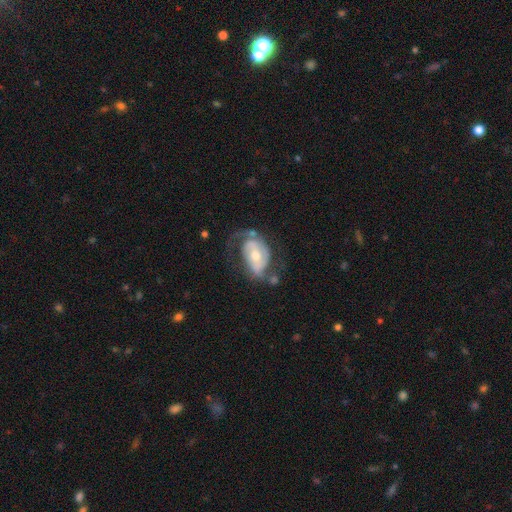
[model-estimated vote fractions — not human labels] Smooth or featured?
  - featured or disk: 74% *
  - smooth: 20%
  - star or artifact: 6%
Edge-on disk?
  - no: 96% *
  - yes: 4%
Bar?
  - no: 46% *
  - weak: 37%
  - strong: 16%
Spiral arms?
  - yes: 82% *
  - no: 18%
Spiral winding?
  - medium: 41% *
  - tight: 30%
  - loose: 28%
Spiral arm count?
  - 2: 59% *
  - 1: 20%
  - can't tell: 16%
  - 3: 3%
  - 4: 1%
  - more than 4: 1%
Bulge size?
  - moderate: 63% *
  - small: 29%
  - large: 6%
  - none: 1%
  - dominant: 1%
Merging?
  - none: 39% *
  - major disturbance: 31%
  - minor disturbance: 23%
  - merger: 7%